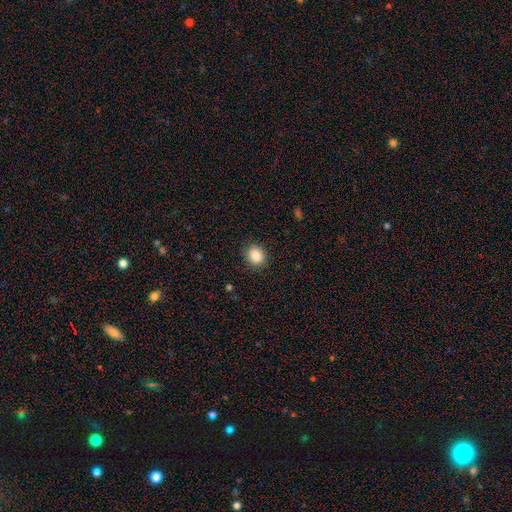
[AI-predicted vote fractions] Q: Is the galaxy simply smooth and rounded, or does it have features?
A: smooth — 87%.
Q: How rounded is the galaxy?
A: round — 64%.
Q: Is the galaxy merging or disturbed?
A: none — 88%.